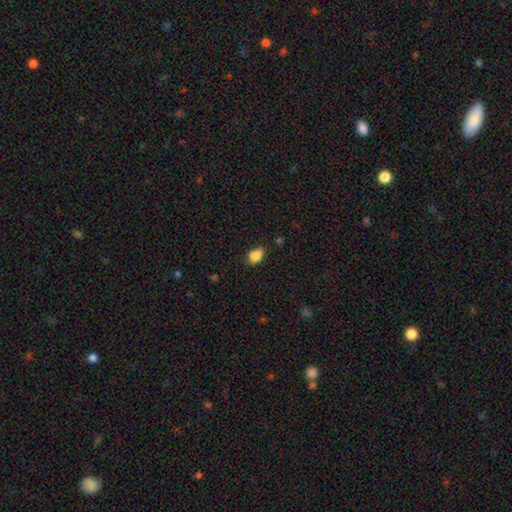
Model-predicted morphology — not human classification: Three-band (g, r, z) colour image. It shows a smooth galaxy with no disk features (87%) that is in between round and cigar-shaped (81%). Merging: none (71%).